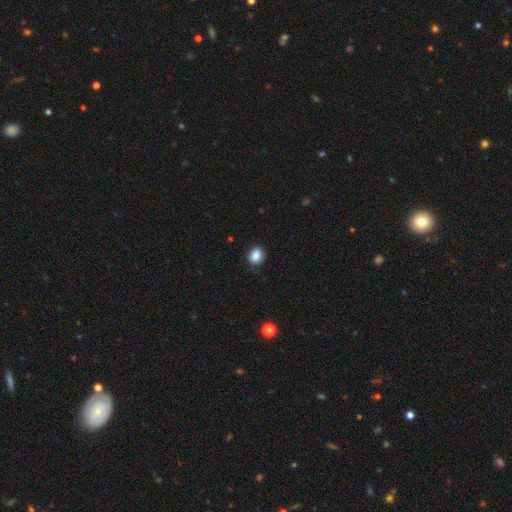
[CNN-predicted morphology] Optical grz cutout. It shows a smooth galaxy with no disk features (86%) that is round (56%). Merging: none (81%).